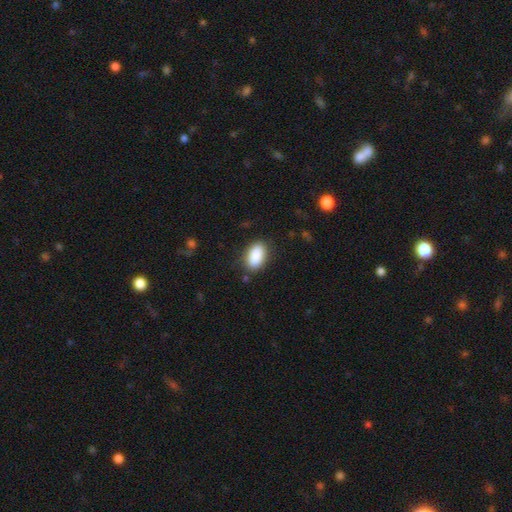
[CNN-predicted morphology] The model was most divided on "merging": none: 84%, minor disturbance: 11%, major disturbance: 3%, merger: 2%. More confident: how rounded — in between (93%); smooth or featured — smooth (89%).